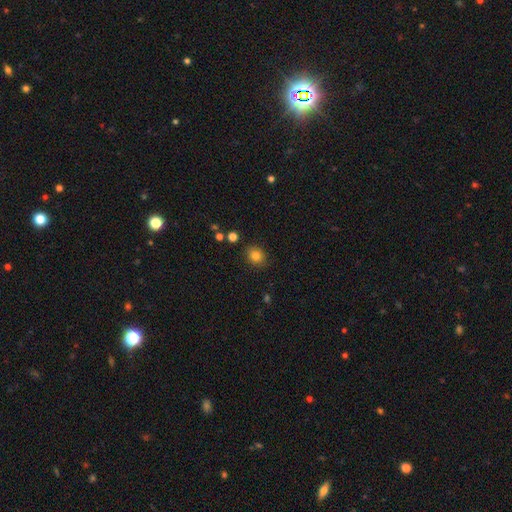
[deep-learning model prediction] This appears to be a smooth galaxy with no disk features (81%) that is round (69%). Merging: none (88%).